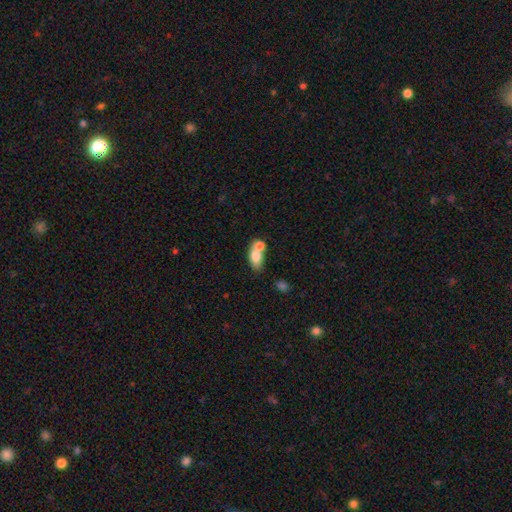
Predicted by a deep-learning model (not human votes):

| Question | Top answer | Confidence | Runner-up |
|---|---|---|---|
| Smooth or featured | smooth | 74% | featured or disk (18%) |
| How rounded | in between | 79% | round (17%) |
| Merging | merger | 55% | none (30%) |